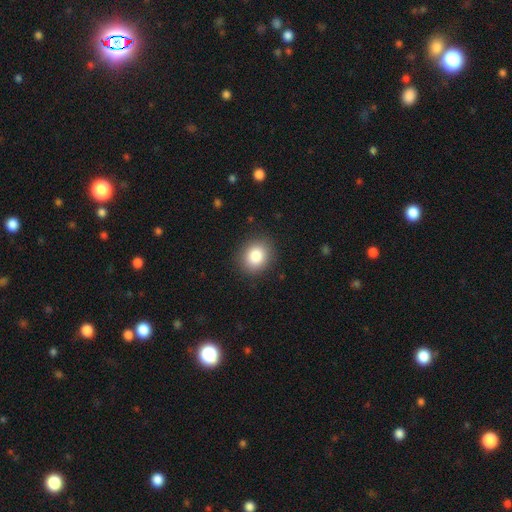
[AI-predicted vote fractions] The model was most divided on "how rounded": round: 66%, in between: 33%, cigar-shaped: 1%. More confident: merging — none (88%); smooth or featured — smooth (84%).